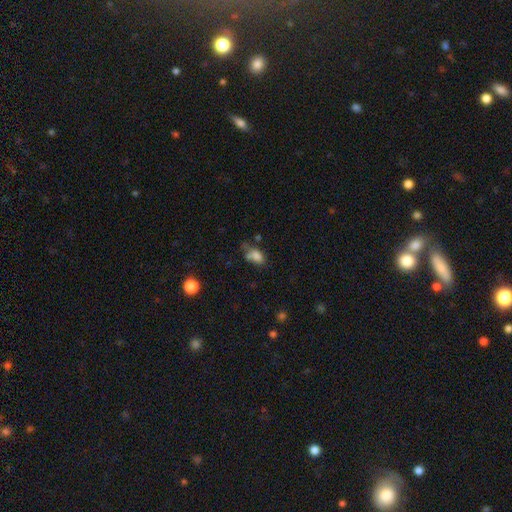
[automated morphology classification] A smooth galaxy with no disk features (76%) that is in between round and cigar-shaped (82%). Merging: none (40%).